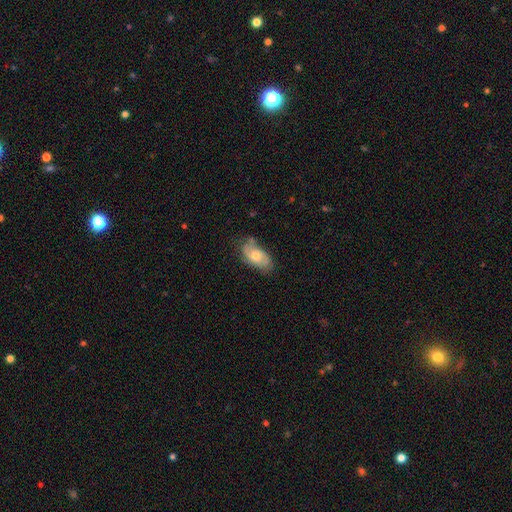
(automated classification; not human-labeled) A featured or disk galaxy (52%). Merging: none (60%).